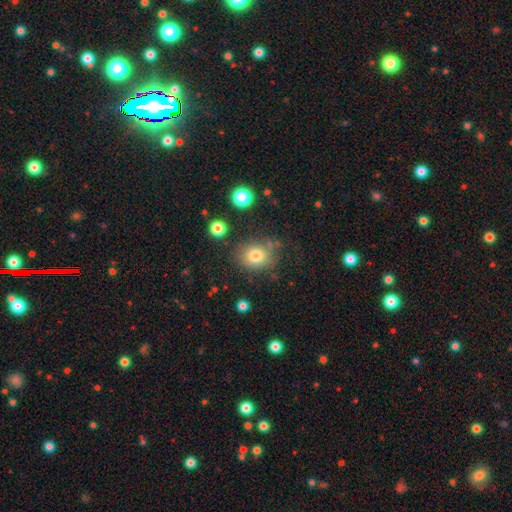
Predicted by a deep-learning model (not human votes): A smooth galaxy with no disk features (78%) that is round (66%).

Vote fractions:
- Smooth or featured? smooth: 78% / star or artifact: 12% / featured or disk: 10%
- How rounded? round: 66% / in between: 33% / cigar-shaped: 1%
- Merging? none: 73% / minor disturbance: 16% / major disturbance: 6% / merger: 5%